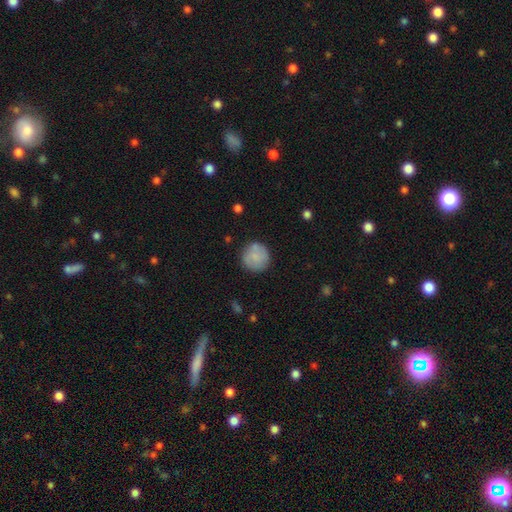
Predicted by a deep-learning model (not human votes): A smooth galaxy with no disk features (80%) that is round (94%). Merging: none (81%).